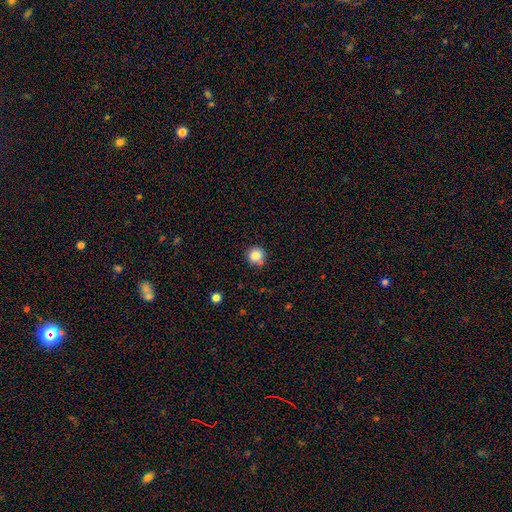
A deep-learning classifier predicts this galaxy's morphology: Smooth or featured: smooth — 86% (star or artifact — 10%)
How rounded: round — 93% (in between — 6%)
Merging: none — 80% (minor disturbance — 13%)